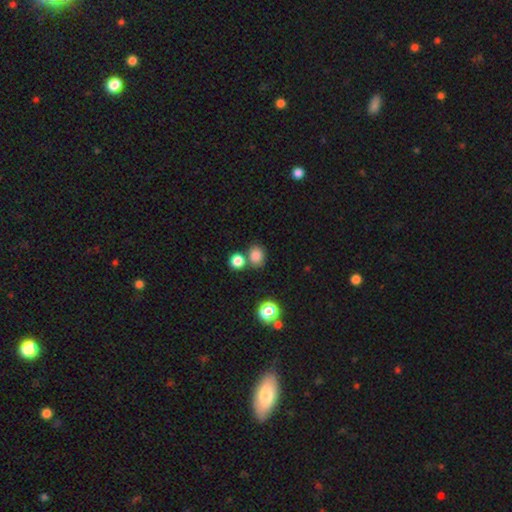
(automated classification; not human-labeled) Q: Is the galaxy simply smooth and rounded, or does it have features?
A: smooth — 82%.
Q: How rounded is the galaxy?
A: round — 60%.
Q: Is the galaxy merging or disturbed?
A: none — 65%.